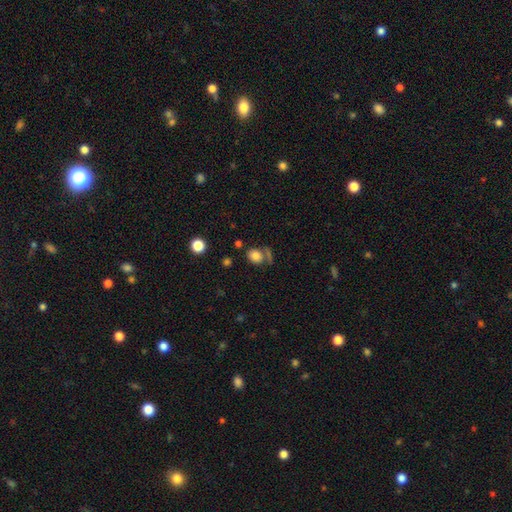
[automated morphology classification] The model was most divided on "how rounded": round: 53%, in between: 46%, cigar-shaped: 2%. More confident: smooth or featured — smooth (80%); merging — none (62%).